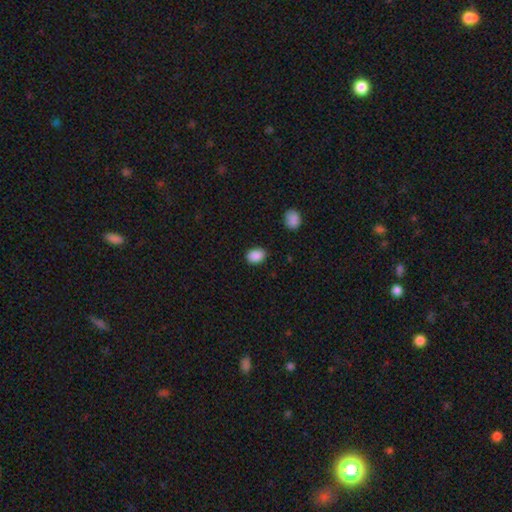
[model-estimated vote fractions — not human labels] smooth-or-featured: smooth: 89% | star or artifact: 8% | featured or disk: 3%
  how-rounded: in between: 73% | round: 26% | cigar-shaped: 1%
  merging: none: 85% | minor disturbance: 10% | major disturbance: 3% | merger: 2%